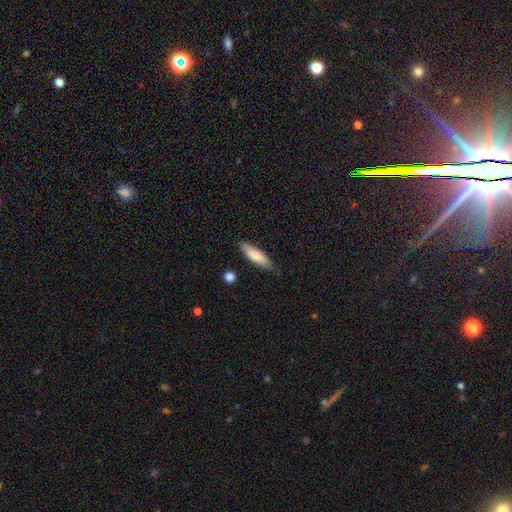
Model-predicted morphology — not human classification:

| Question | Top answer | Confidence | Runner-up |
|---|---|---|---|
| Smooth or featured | smooth | 75% | featured or disk (20%) |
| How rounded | cigar-shaped | 57% | in between (41%) |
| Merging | none | 80% | minor disturbance (16%) |